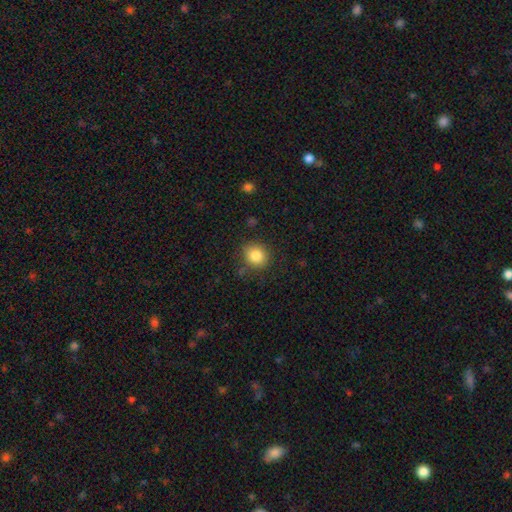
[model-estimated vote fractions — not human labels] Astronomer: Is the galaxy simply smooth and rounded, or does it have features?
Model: smooth — 84%.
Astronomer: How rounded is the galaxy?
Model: round — 74%.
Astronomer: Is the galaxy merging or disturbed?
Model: none — 82%.